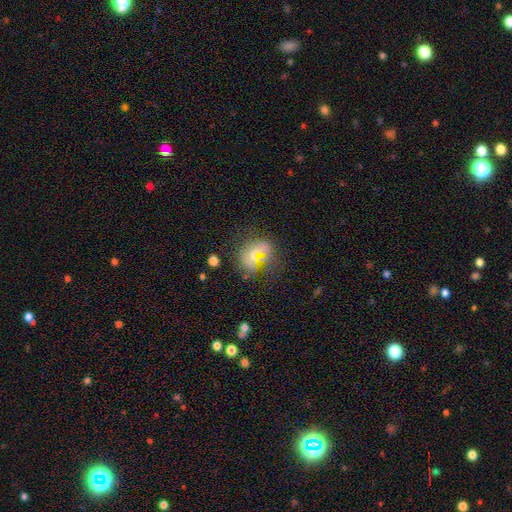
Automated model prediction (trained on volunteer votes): Q: Smooth or featured?
A: smooth (50%); runner-up: featured or disk (28%)
Q: Merging?
A: none (60%); runner-up: minor disturbance (17%)